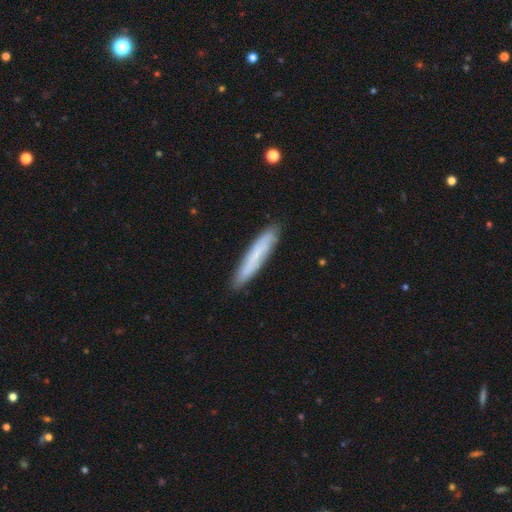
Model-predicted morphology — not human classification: A smooth galaxy with no disk features (66%) that is cigar-shaped (90%). Merging: none (85%).